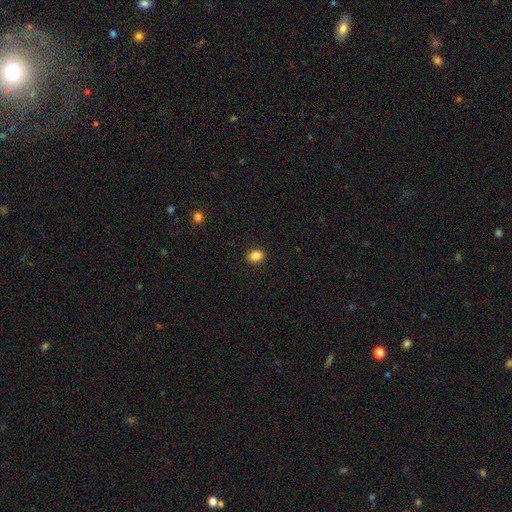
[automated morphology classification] smooth_or_featured: smooth (p=0.87) [alt: star or artifact p=0.10]
how_rounded: round (p=0.50) [alt: in between p=0.49]
merging: none (p=0.91) [alt: minor disturbance p=0.06]